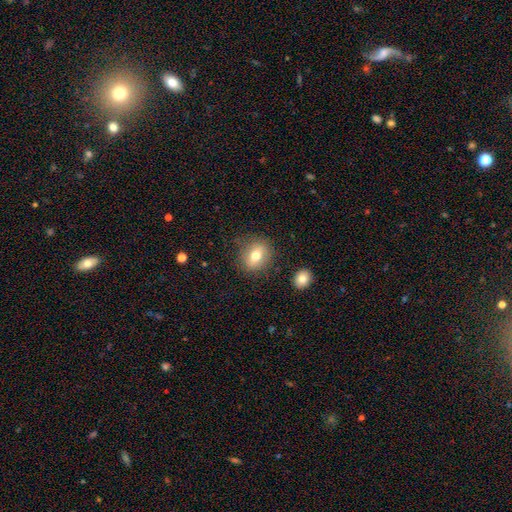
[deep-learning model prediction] smooth_or_featured: smooth (p=0.71) [alt: featured or disk p=0.19]
how_rounded: round (p=0.57) [alt: in between p=0.42]
merging: none (p=0.80) [alt: minor disturbance p=0.13]